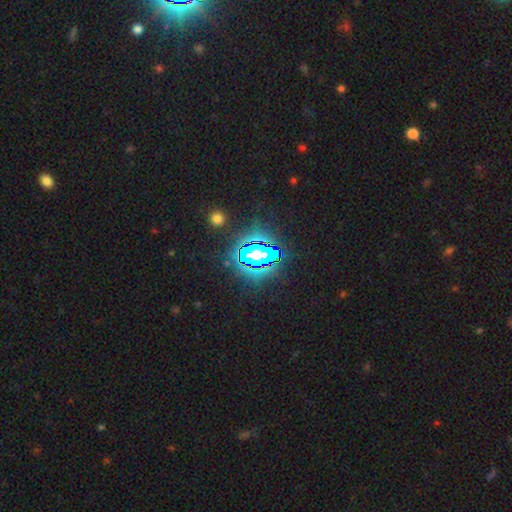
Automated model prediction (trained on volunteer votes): smooth-or-featured: star or artifact: 77% | smooth: 13% | featured or disk: 10%